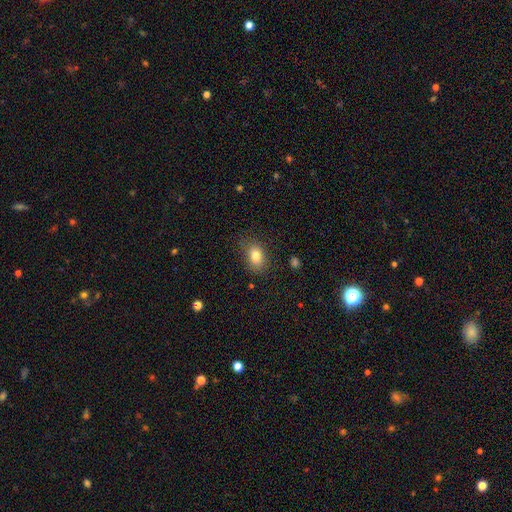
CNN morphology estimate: Smooth or featured? Predicted: smooth (p=0.81). How rounded? Predicted: in between (p=0.75). Merging? Predicted: none (p=0.78).